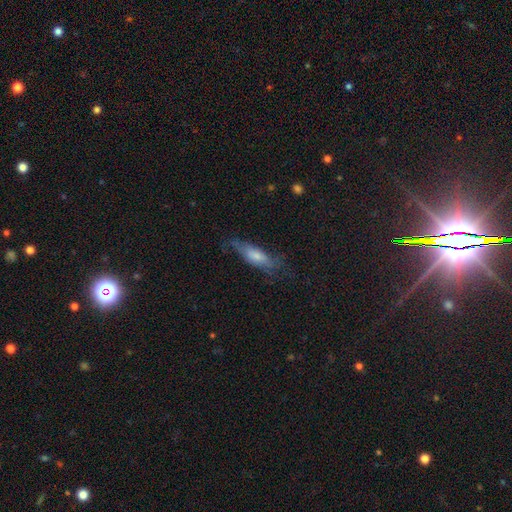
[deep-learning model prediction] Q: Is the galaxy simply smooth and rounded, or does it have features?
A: smooth — 49%.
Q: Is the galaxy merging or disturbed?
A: none — 57%.